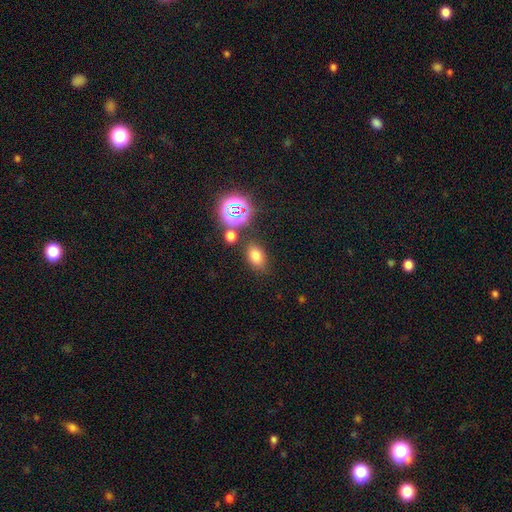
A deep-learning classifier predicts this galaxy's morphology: smooth 72%, star or artifact 20%, featured or disk 8%. Down the decision tree: how rounded — in between (78%); merging — none (78%).